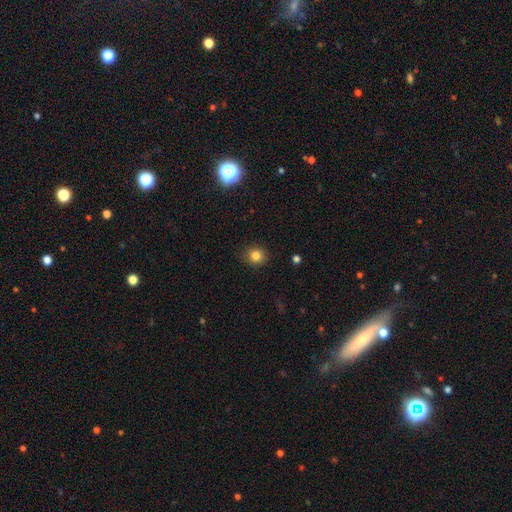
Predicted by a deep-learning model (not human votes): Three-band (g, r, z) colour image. It shows a smooth galaxy with no disk features (82%) that is round (81%). Merging: none (88%).